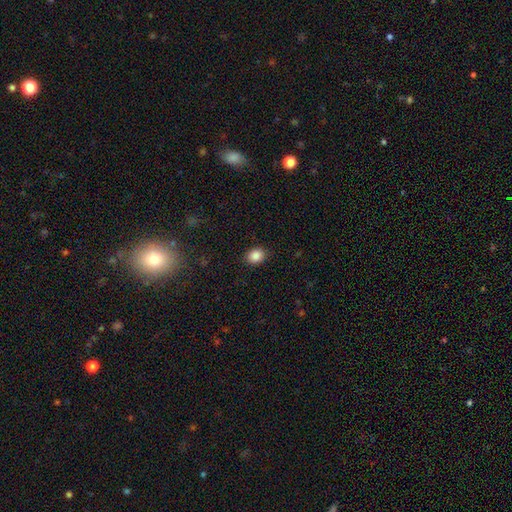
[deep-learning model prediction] Overall: smooth (87%). How rounded: in between (51%; round 48%). Merging: none (88%).